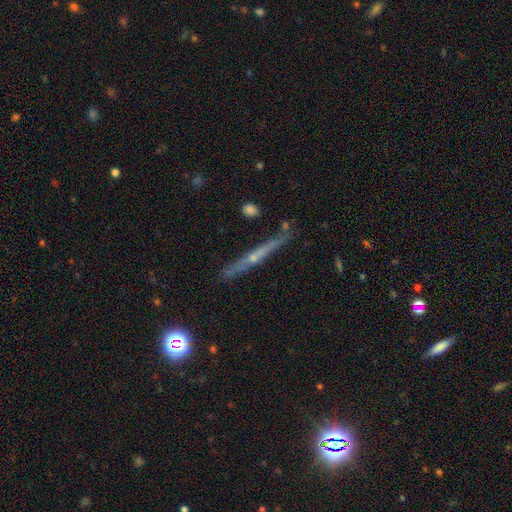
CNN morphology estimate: featured or disk 73%, smooth 19%, star or artifact 8%. Down the decision tree: edge-on disk — yes (97%); edge-on bulge — rounded (67%); merging — none (86%).